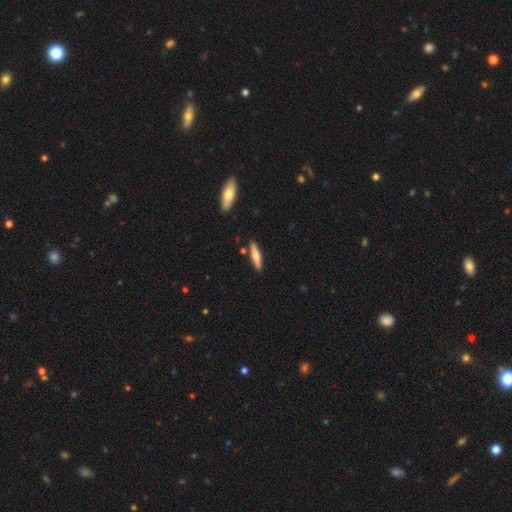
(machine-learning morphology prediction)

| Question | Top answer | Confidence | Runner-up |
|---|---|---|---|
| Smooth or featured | smooth | 56% | featured or disk (38%) |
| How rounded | cigar-shaped | 81% | in between (17%) |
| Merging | none | 85% | minor disturbance (9%) |